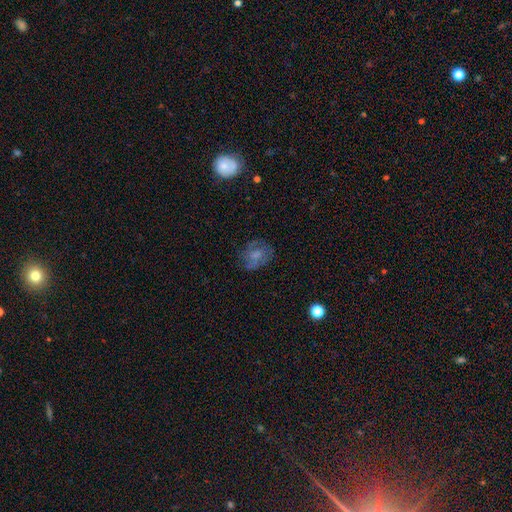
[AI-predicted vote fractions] Morphology: type=smooth (53%); roundness=round (51%); merging=none (59%).